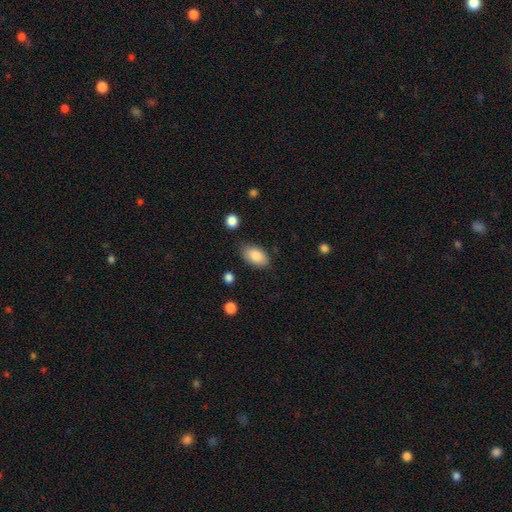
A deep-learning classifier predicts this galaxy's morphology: Smooth or featured? smooth (86%)
How rounded? in between (93%)
Merging? none (77%)